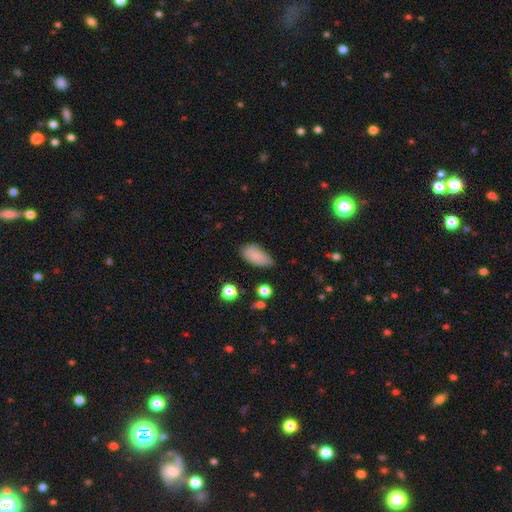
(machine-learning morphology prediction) This is clearly a smooth galaxy (82%). How rounded: clearly in between (92%). Merging: likely none (65%).